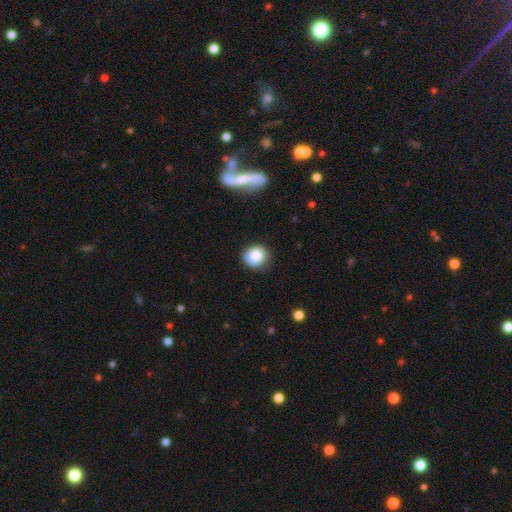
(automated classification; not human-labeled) smooth-or-featured: smooth: 80% | featured or disk: 11% | star or artifact: 9%
  how-rounded: round: 84% | in between: 15% | cigar-shaped: 1%
  merging: none: 73% | minor disturbance: 20% | major disturbance: 4% | merger: 2%